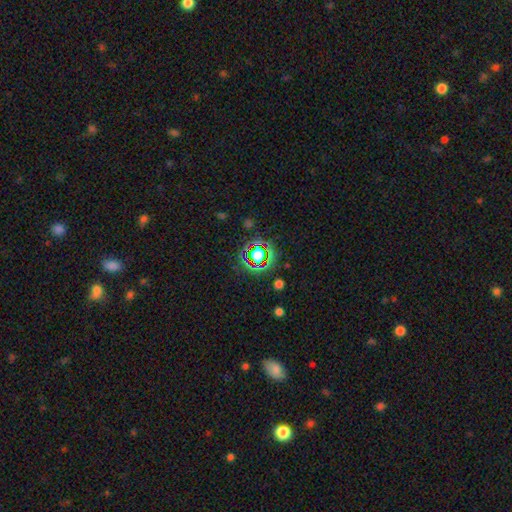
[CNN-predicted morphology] smooth_or_featured: star or artifact (p=0.64) [alt: smooth p=0.24]